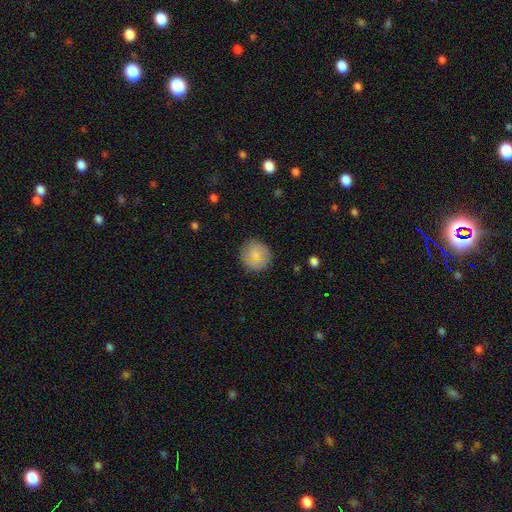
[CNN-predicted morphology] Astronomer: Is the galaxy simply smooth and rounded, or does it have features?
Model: smooth — 81%.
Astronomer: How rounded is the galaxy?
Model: round — 92%.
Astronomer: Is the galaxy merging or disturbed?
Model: none — 85%.